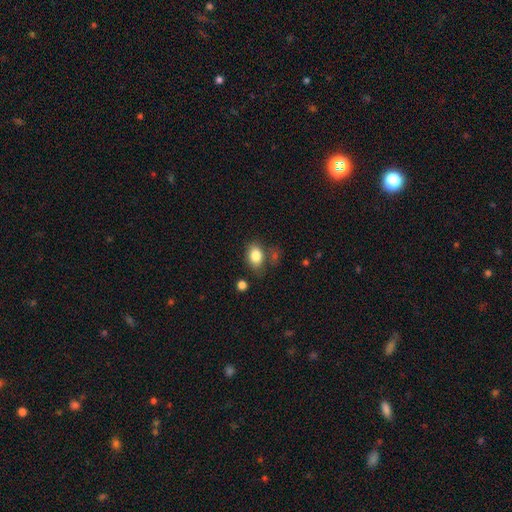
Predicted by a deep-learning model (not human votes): smooth_or_featured: smooth (p=0.83) [alt: star or artifact p=0.09]
how_rounded: in between (p=0.78) [alt: round p=0.21]
merging: none (p=0.64) [alt: minor disturbance p=0.21]